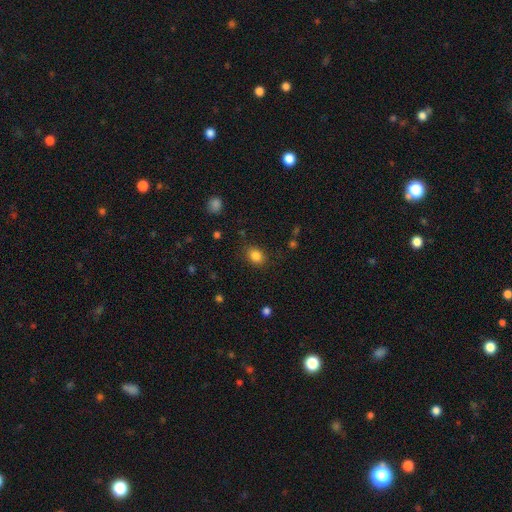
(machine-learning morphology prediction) type=smooth (84%); roundness=in between (55%); merging=none (85%).